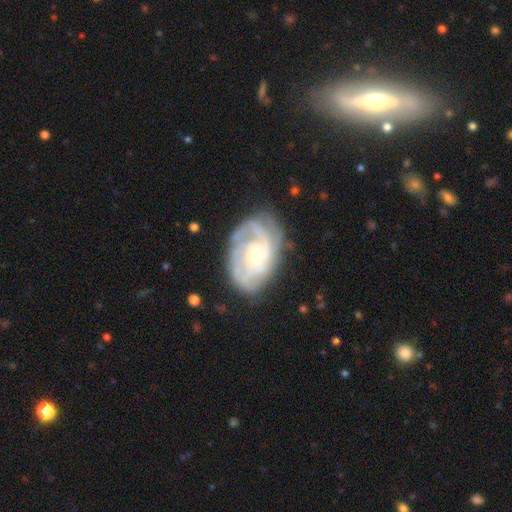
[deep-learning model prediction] This is clearly a featured or disk galaxy (83%). It is clearly not viewed edge-on (97%). Bar: likely no (69%). Spiral arm pattern: clearly yes (94%). Spiral arm count: marginally 2 (35%). Spiral winding: possibly tight (57%). Central bulge: likely small (61%). Merging: likely none (71%).